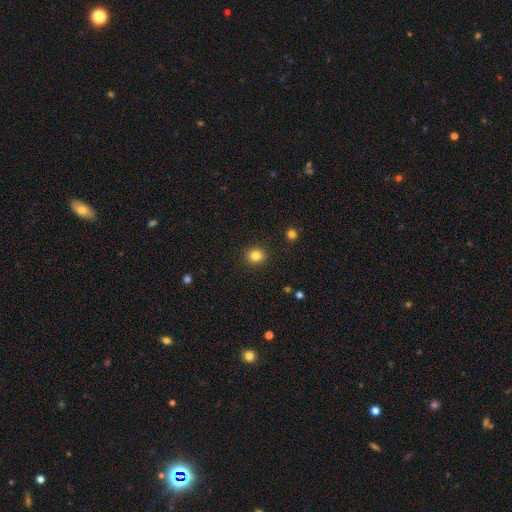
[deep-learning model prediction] The model was most divided on "how rounded": round: 79%, in between: 20%, cigar-shaped: 1%. More confident: merging — none (90%); smooth or featured — smooth (83%).